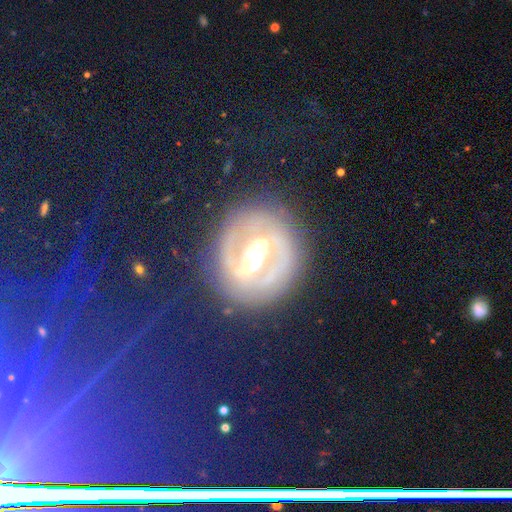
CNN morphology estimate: Smooth or featured? Predicted: featured or disk (p=0.81). Edge-on disk? Predicted: no (p=0.95). Bar? Predicted: strong (p=0.62). Spiral arms? Predicted: yes (p=0.81). Spiral winding? Predicted: tight (p=0.53). Spiral arm count? Predicted: 2 (p=0.78). Bulge size? Predicted: moderate (p=0.60). Merging? Predicted: none (p=0.77).